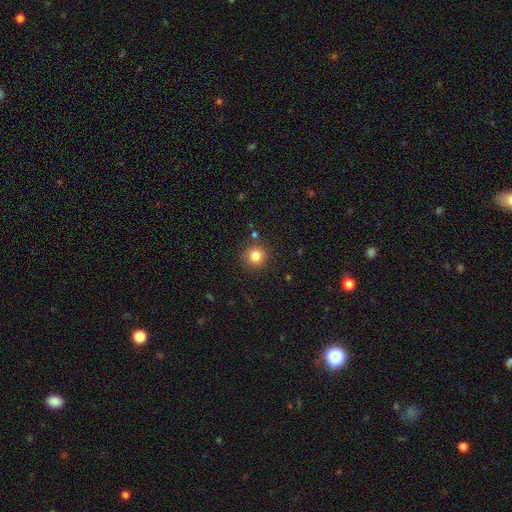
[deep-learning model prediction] smooth-or-featured: smooth: 82% | star or artifact: 12% | featured or disk: 6%
  how-rounded: round: 94% | in between: 5% | cigar-shaped: 1%
  merging: none: 87% | minor disturbance: 7% | merger: 3% | major disturbance: 3%